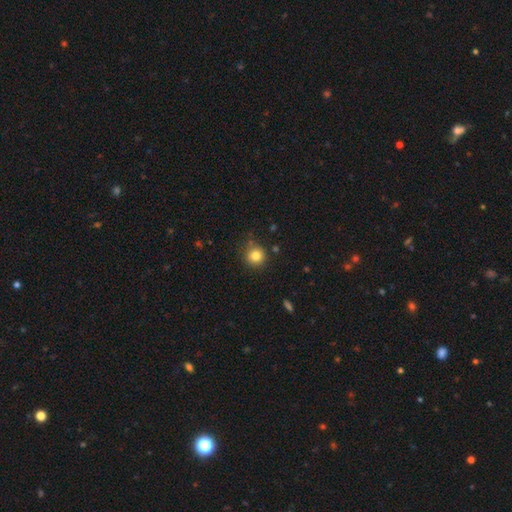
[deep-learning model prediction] A smooth galaxy with no disk features (82%) that is round (93%). Merging: none (82%).